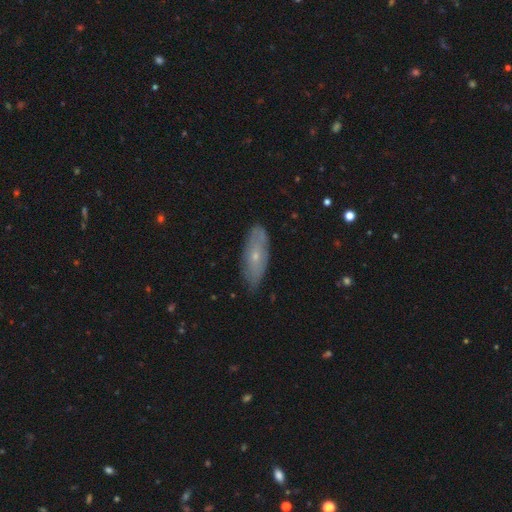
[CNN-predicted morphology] smooth-or-featured: featured or disk: 48% | smooth: 44% | star or artifact: 8%
  merging: none: 81% | minor disturbance: 15% | major disturbance: 3% | merger: 1%